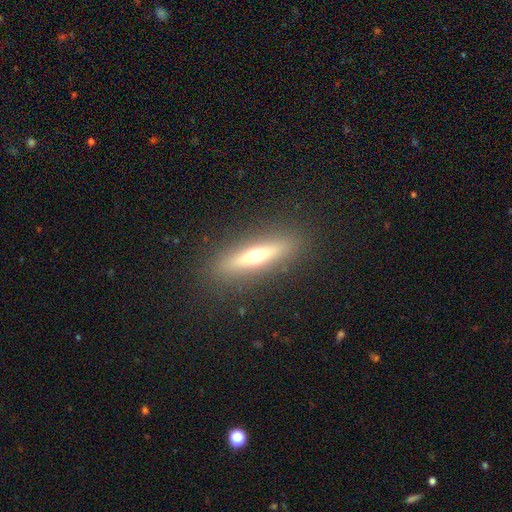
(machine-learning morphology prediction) Smooth or featured? Predicted: featured or disk (p=0.52). Edge-on disk? Predicted: yes (p=0.90). Merging? Predicted: none (p=0.90).